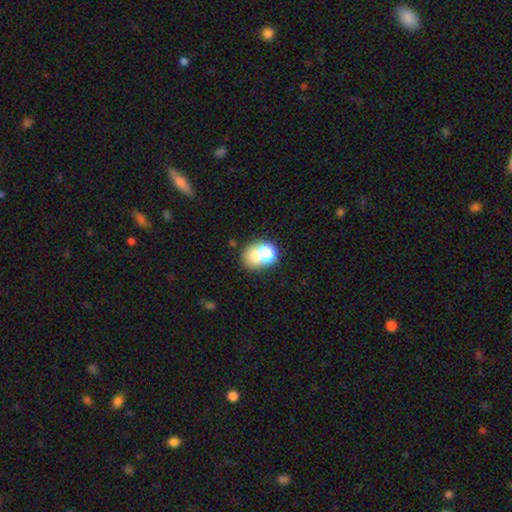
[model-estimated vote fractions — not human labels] Smooth or featured?
  - smooth: 62% *
  - star or artifact: 21%
  - featured or disk: 17%
How rounded?
  - round: 67% *
  - in between: 32%
  - cigar-shaped: 1%
Merging?
  - none: 45% *
  - merger: 37%
  - minor disturbance: 10%
  - major disturbance: 7%